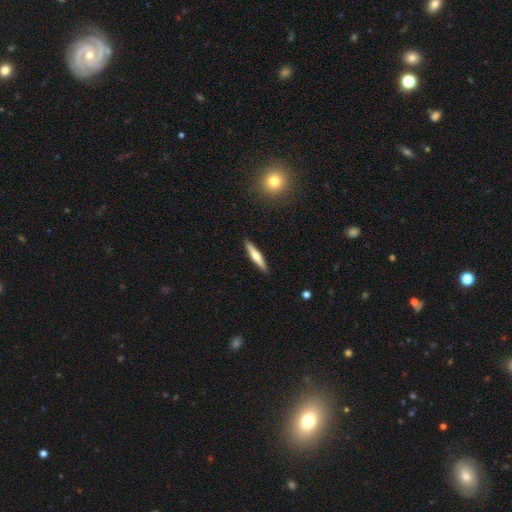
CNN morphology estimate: Smooth or featured? Predicted: smooth (p=0.51). How rounded? Predicted: cigar-shaped (p=0.89). Merging? Predicted: none (p=0.91).